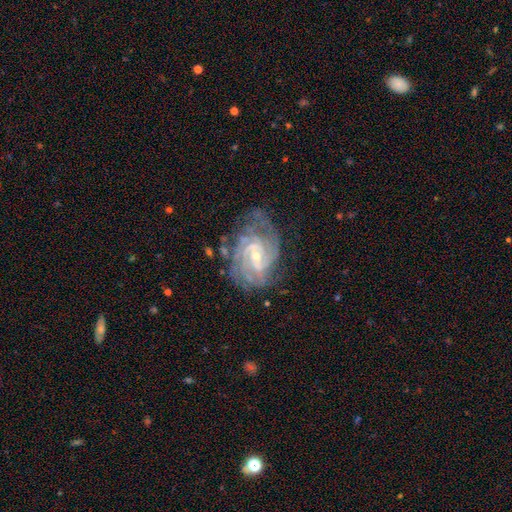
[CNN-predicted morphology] This appears to be a featured or disk galaxy (88%) with a weak bar (51%), tight (64%) spiral arms (97%) and a small central bulge (67%). Merging: none (66%).